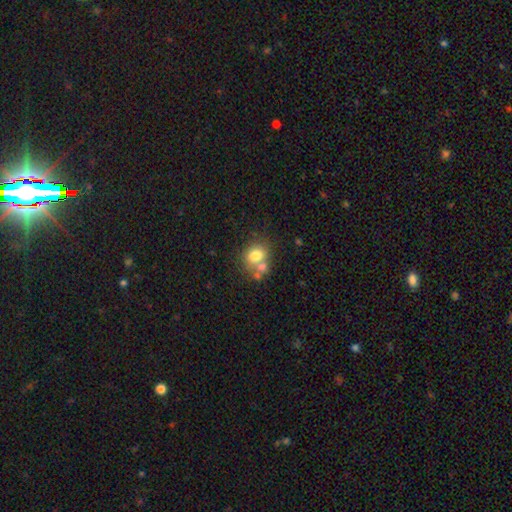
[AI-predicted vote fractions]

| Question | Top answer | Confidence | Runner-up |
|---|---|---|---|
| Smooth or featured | smooth | 74% | featured or disk (15%) |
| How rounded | round | 60% | in between (39%) |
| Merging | none | 50% | merger (33%) |